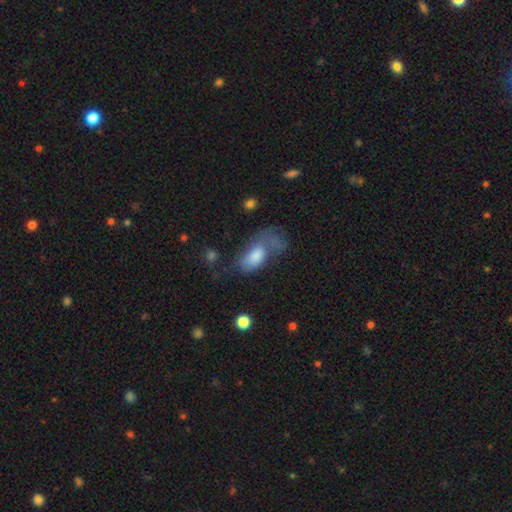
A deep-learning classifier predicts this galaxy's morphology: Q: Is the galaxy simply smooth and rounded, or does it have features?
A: smooth — 69%.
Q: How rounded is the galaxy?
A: in between — 90%.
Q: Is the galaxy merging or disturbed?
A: major disturbance — 43%.